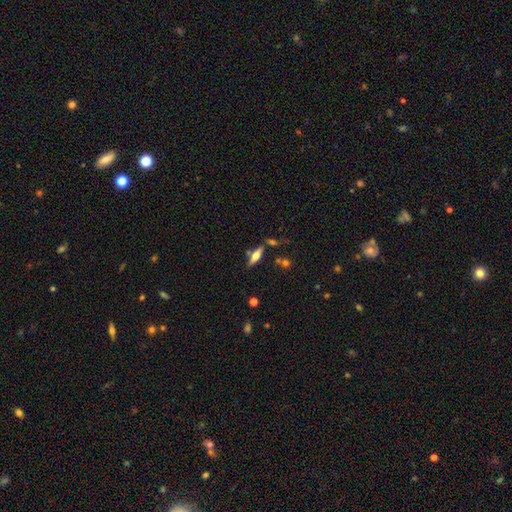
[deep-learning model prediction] smooth-or-featured: featured or disk: 47% | smooth: 45% | star or artifact: 8%
  merging: none: 72% | minor disturbance: 13% | merger: 10% | major disturbance: 4%